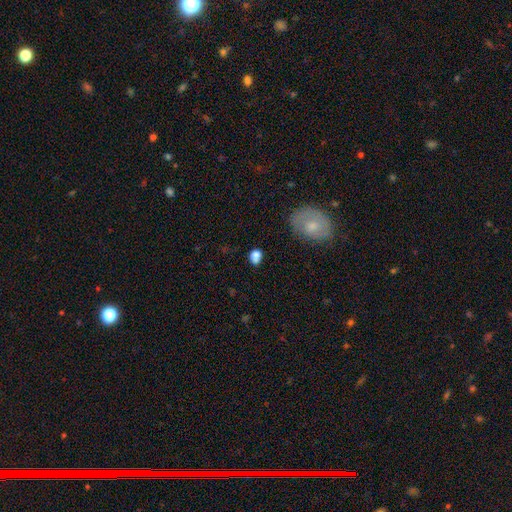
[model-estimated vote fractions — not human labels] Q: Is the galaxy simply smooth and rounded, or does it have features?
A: smooth — 79%.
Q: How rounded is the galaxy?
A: in between — 51%.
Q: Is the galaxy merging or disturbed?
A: none — 57%.